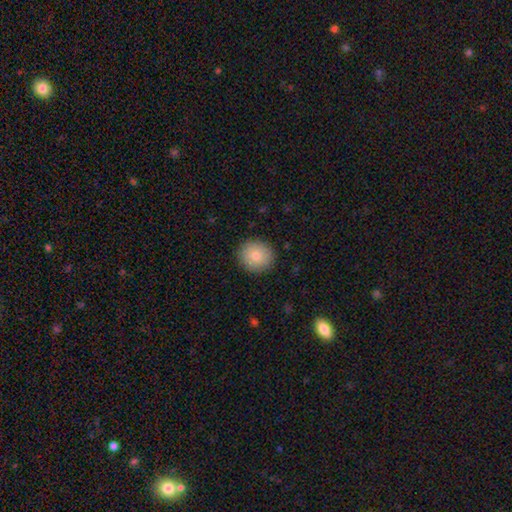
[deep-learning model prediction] A smooth galaxy with no disk features (83%) that is round (88%).

Vote fractions:
- Smooth or featured? smooth: 83% / featured or disk: 10% / star or artifact: 8%
- How rounded? round: 88% / in between: 11% / cigar-shaped: 1%
- Merging? none: 89% / minor disturbance: 7% / major disturbance: 2% / merger: 1%